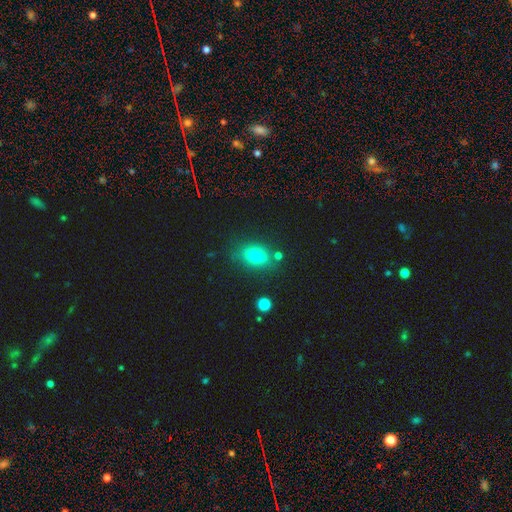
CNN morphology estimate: Smooth or featured?
  - smooth: 76% *
  - star or artifact: 12%
  - featured or disk: 12%
How rounded?
  - in between: 76% *
  - round: 21%
  - cigar-shaped: 3%
Merging?
  - none: 75% *
  - minor disturbance: 15%
  - merger: 6%
  - major disturbance: 4%